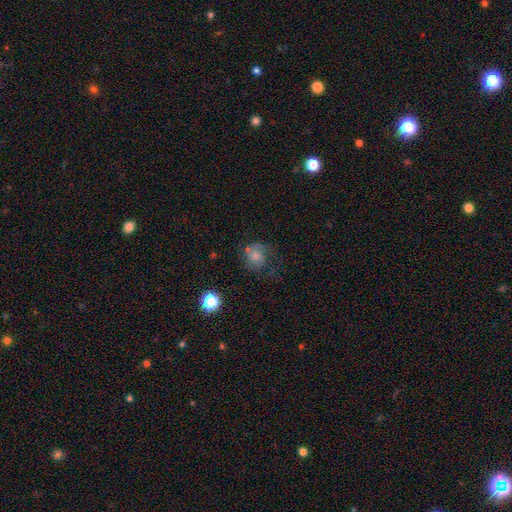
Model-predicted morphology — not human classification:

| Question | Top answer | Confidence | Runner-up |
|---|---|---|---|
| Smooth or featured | featured or disk | 49% | smooth (37%) |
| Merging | none | 58% | minor disturbance (20%) |